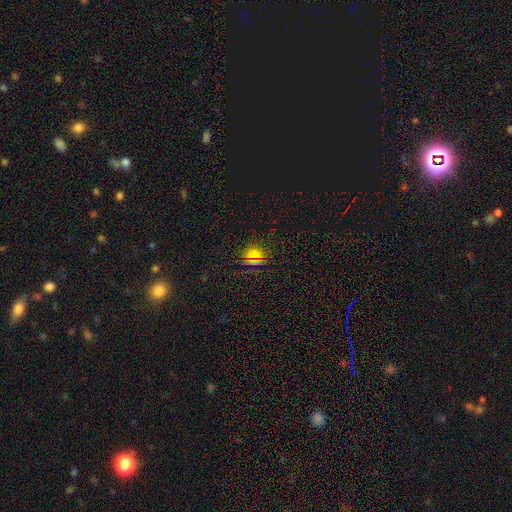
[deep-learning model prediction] Overall: smooth (59%; star or artifact 34%). How rounded: round (76%). Merging: none (85%).